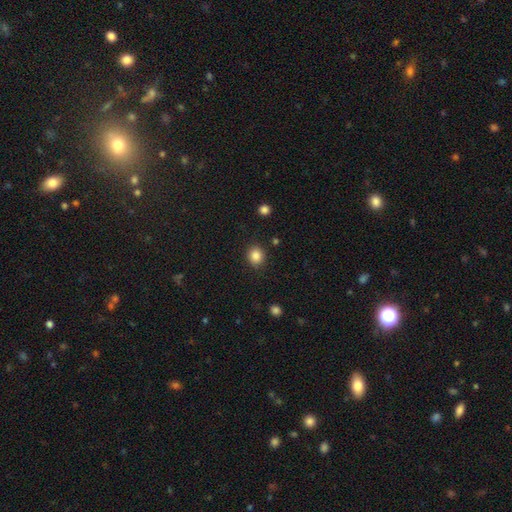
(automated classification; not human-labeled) Q: Smooth or featured?
A: smooth (86%); runner-up: star or artifact (10%)
Q: How rounded?
A: round (79%); runner-up: in between (20%)
Q: Merging?
A: none (88%); runner-up: minor disturbance (7%)